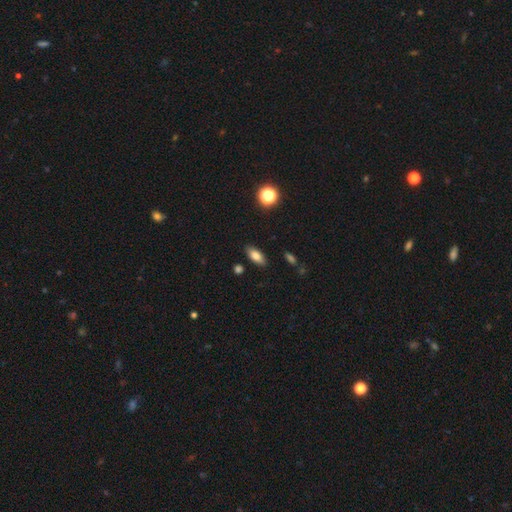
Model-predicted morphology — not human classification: type=smooth (79%); roundness=in between (85%); merging=none (87%).